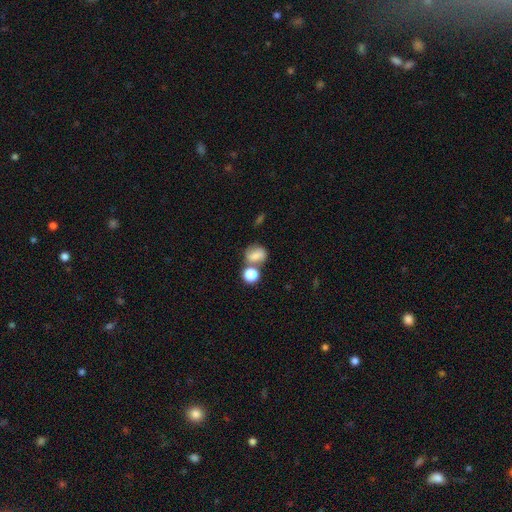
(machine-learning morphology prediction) Overall: smooth (72%). How rounded: round (57%; in between 41%). Merging: none (45%; merger 34%).